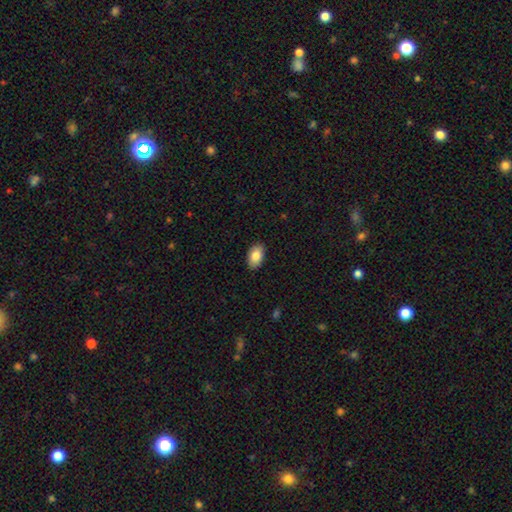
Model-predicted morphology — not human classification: Smooth or featured? smooth (85%)
How rounded? in between (92%)
Merging? none (89%)